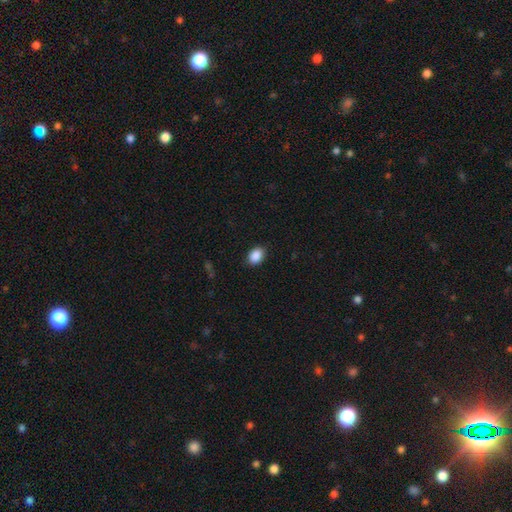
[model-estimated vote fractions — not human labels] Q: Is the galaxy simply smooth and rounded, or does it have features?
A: smooth — 89%.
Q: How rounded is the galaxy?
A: in between — 76%.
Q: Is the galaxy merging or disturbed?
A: none — 85%.